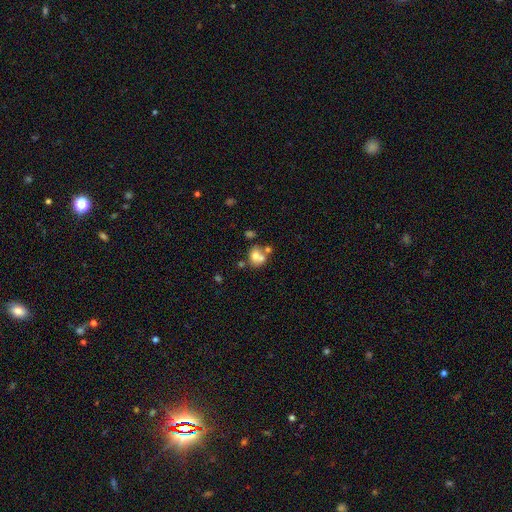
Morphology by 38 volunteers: smooth_or_featured: smooth (p=0.74) [alt: featured or disk p=0.18]
how_rounded: round (p=0.61) [alt: in between p=0.39]
merging: merger (p=0.71) [alt: none p=0.23]